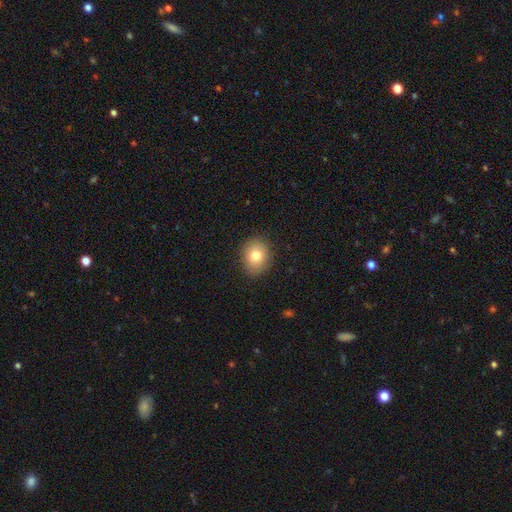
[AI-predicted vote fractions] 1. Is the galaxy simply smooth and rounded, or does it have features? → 78% smooth, 12% featured or disk, 11% star or artifact.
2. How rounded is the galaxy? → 54% round, 45% in between, 1% cigar-shaped.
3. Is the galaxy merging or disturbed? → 87% none, 10% minor disturbance, 3% major disturbance, 1% merger.